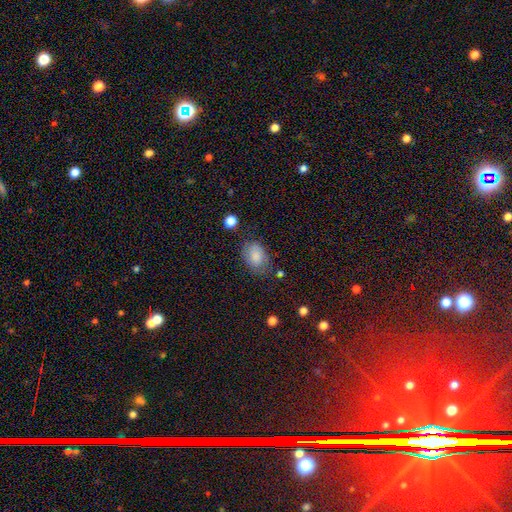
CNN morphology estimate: A smooth galaxy with no disk features (78%) that is in between round and cigar-shaped (78%). Merging: none (68%).